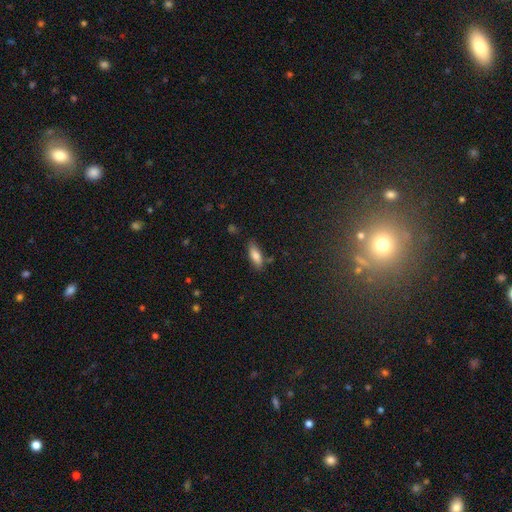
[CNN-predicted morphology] Smooth or featured: smooth — 80% (featured or disk — 13%)
How rounded: in between — 71% (cigar-shaped — 27%)
Merging: none — 78% (minor disturbance — 15%)